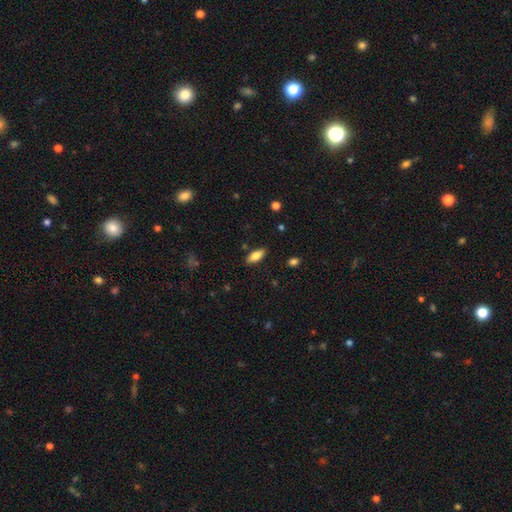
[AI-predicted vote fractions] Morphology: type=smooth (74%); roundness=in between (78%); merging=none (86%).